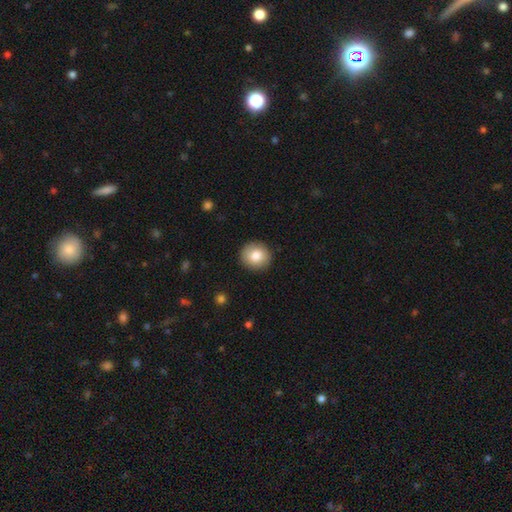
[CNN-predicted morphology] Q: Smooth or featured?
A: smooth (82%); runner-up: featured or disk (10%)
Q: How rounded?
A: round (90%); runner-up: in between (9%)
Q: Merging?
A: none (91%); runner-up: minor disturbance (7%)